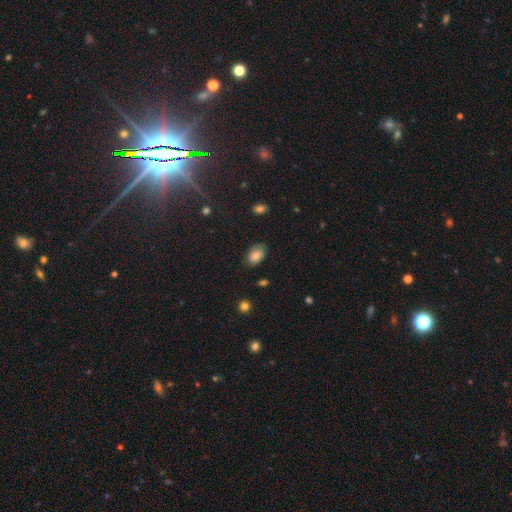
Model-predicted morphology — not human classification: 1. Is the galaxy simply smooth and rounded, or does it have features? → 77% smooth, 14% featured or disk, 9% star or artifact.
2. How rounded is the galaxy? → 87% in between, 11% round, 1% cigar-shaped.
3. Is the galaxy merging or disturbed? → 78% none, 18% minor disturbance, 4% major disturbance, 1% merger.